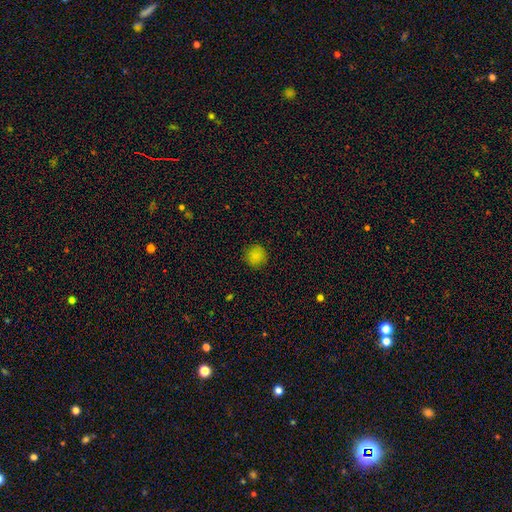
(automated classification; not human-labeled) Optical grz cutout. It shows a smooth galaxy with no disk features (85%) that is round (94%). Merging: none (89%).